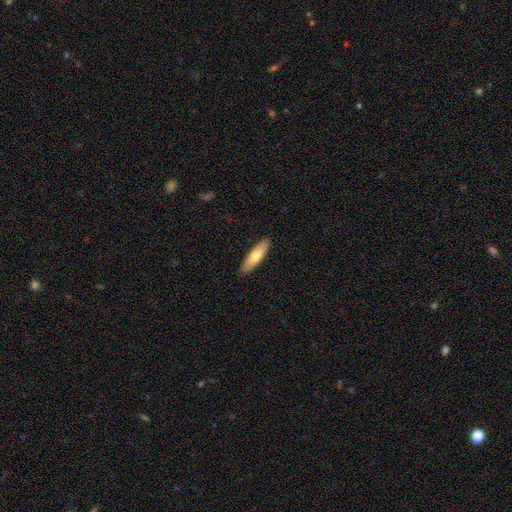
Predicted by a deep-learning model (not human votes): This is likely a smooth galaxy (69%). How rounded: possibly cigar-shaped (59%). Merging: clearly none (90%).